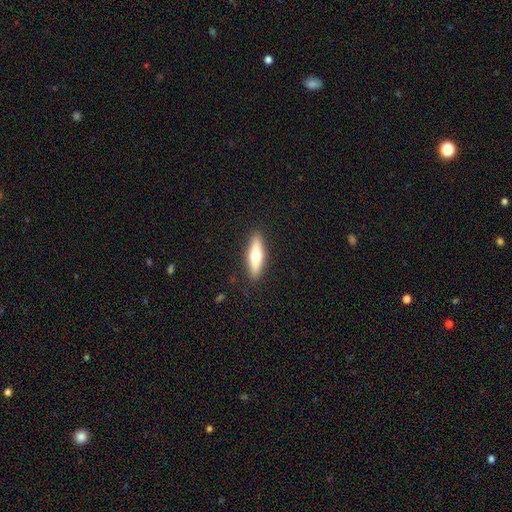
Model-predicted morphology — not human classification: Smooth or featured?
  - smooth: 54% *
  - featured or disk: 40%
  - star or artifact: 6%
How rounded?
  - cigar-shaped: 63% *
  - in between: 35%
  - round: 2%
Merging?
  - none: 88% *
  - minor disturbance: 9%
  - major disturbance: 2%
  - merger: 1%